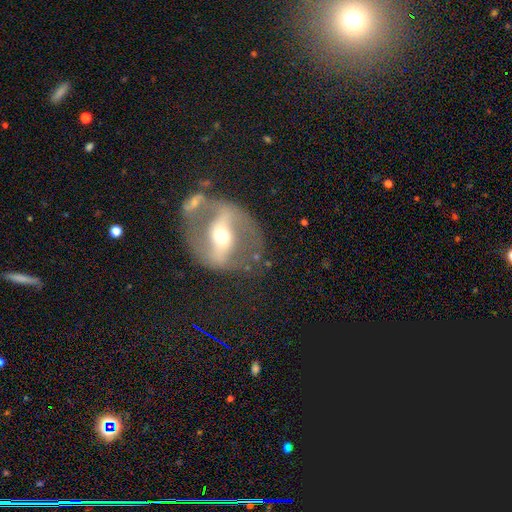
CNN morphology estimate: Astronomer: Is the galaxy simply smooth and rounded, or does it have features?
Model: featured or disk — 82%.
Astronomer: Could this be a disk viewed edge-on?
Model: no — 93%.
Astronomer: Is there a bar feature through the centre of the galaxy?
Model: strong — 64%.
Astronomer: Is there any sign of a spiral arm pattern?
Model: yes — 78%.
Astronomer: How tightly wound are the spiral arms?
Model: medium — 48% (runner-up: loose, 31%).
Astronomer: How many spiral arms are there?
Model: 2 — 87%.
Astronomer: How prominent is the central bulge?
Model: moderate — 62%.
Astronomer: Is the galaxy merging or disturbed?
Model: none — 63%.